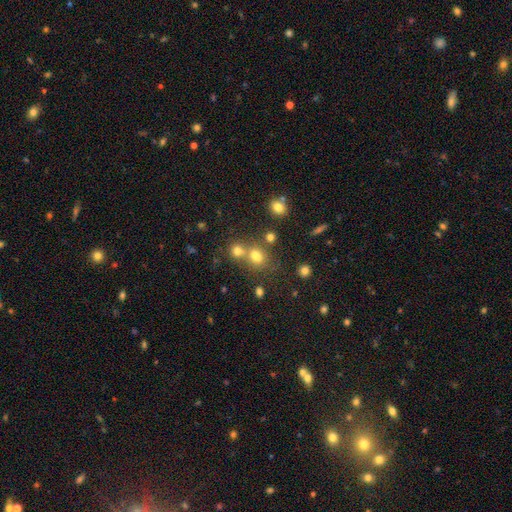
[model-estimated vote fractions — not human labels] A smooth galaxy with no disk features (67%) that is round (67%). Merging: none (45%).